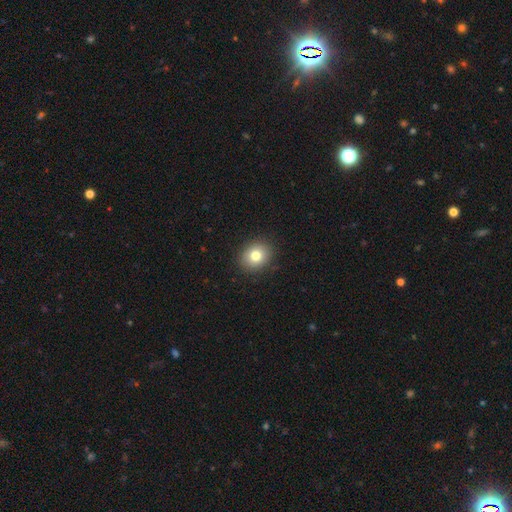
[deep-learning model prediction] This is likely a smooth galaxy (80%). How rounded: possibly round (58%). Merging: clearly none (90%).